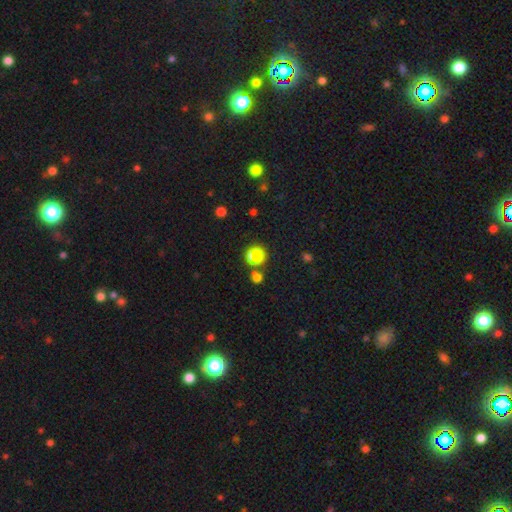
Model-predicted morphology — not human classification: This appears to be a smooth galaxy with no disk features (69%) that is round (87%). Merging: none (64%).